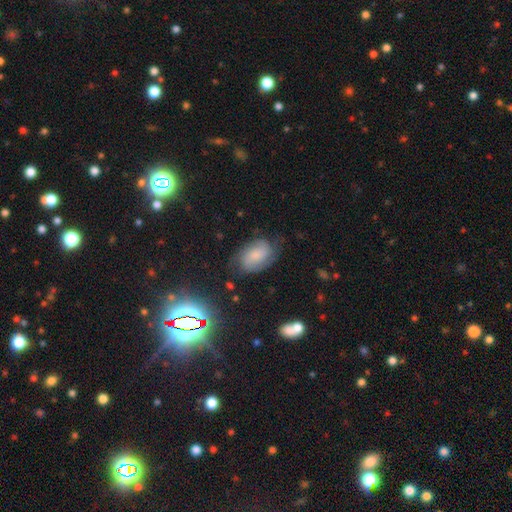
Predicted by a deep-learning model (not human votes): Overall: featured or disk (44%, tied with smooth). Merging: none (66%).